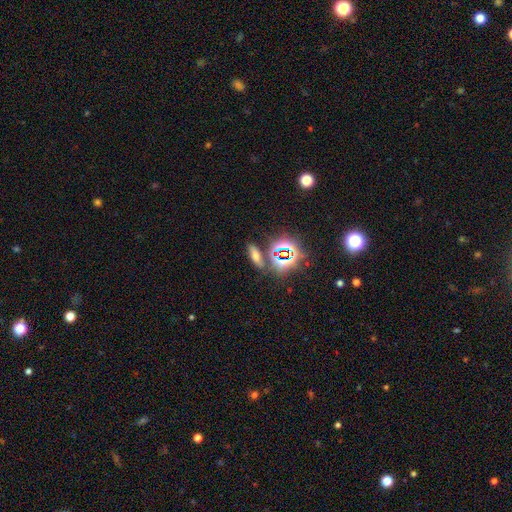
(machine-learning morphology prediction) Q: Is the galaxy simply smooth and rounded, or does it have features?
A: smooth — 49%.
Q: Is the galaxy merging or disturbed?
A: none — 74%.